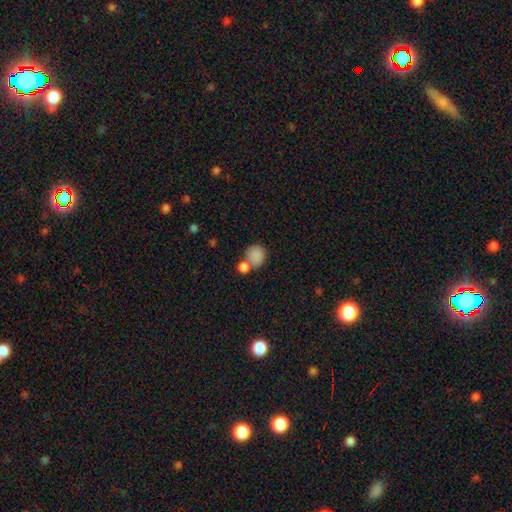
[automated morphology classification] type=smooth (85%); roundness=round (75%); merging=none (49%).